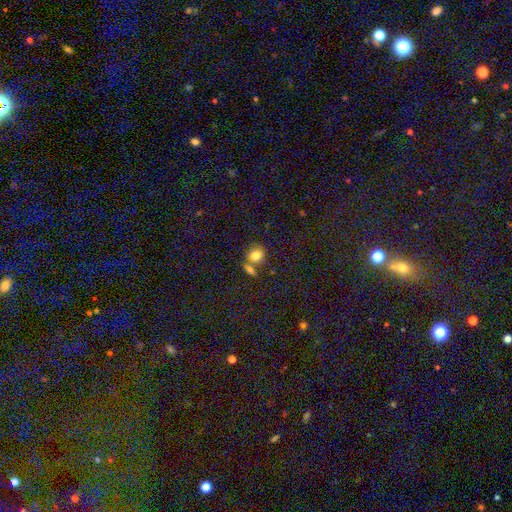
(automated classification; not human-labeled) Smooth or featured? smooth (81%)
How rounded? round (68%)
Merging? none (54%)